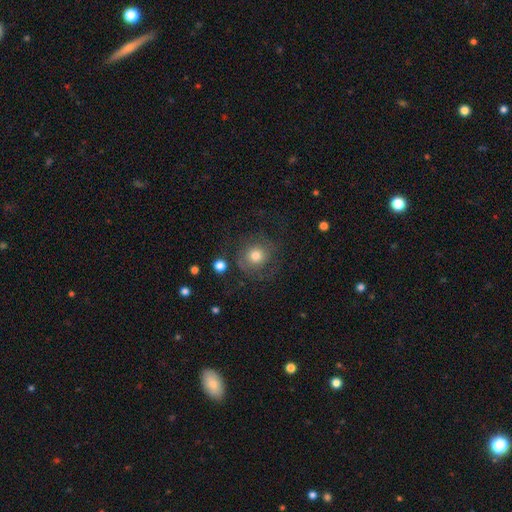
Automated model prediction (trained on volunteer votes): Smooth or featured? smooth (61%)
How rounded? round (89%)
Merging? none (66%)